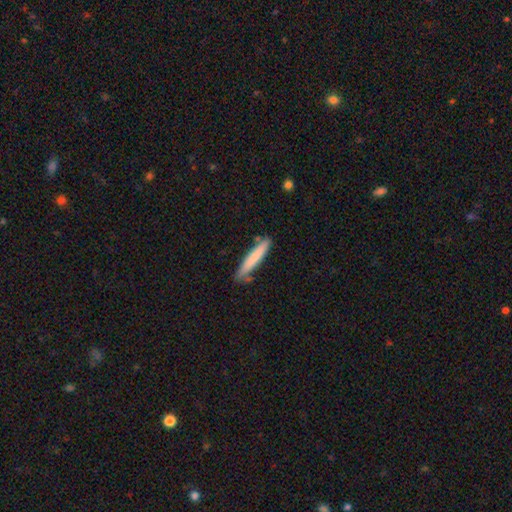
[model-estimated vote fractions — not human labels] smooth 73%, featured or disk 21%, star or artifact 5%. Down the decision tree: how rounded — cigar-shaped (94%); merging — none (79%).